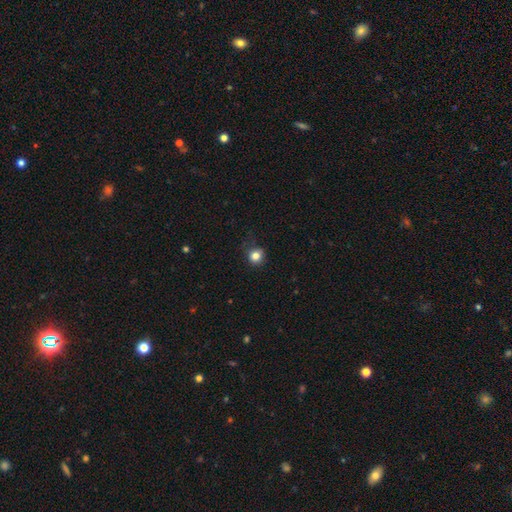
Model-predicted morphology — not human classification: This is clearly a smooth galaxy (81%). How rounded: clearly round (89%). Merging: likely none (77%).